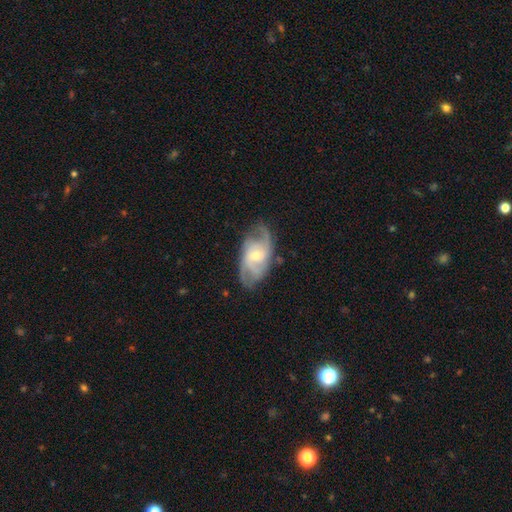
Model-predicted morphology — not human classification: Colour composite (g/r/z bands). It shows a featured or disk galaxy (81%) with no bar (54%), 2 (44%) medium (49%) spiral arms (95%) and a small central bulge (52%). Merging: none (73%).